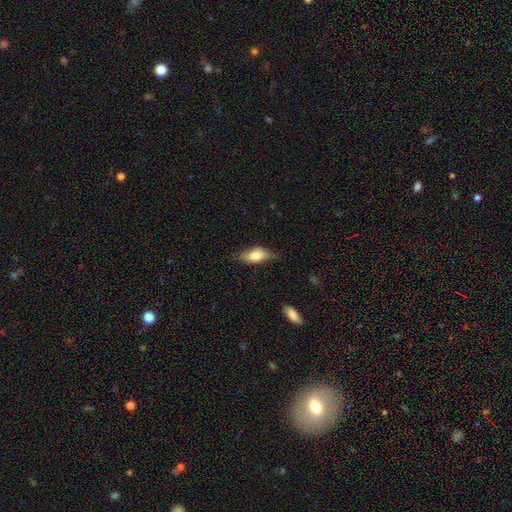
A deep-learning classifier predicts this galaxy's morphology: The model was most divided on "smooth or featured": smooth: 71%, featured or disk: 22%, star or artifact: 7%. More confident: how rounded — in between (77%); merging — none (72%).